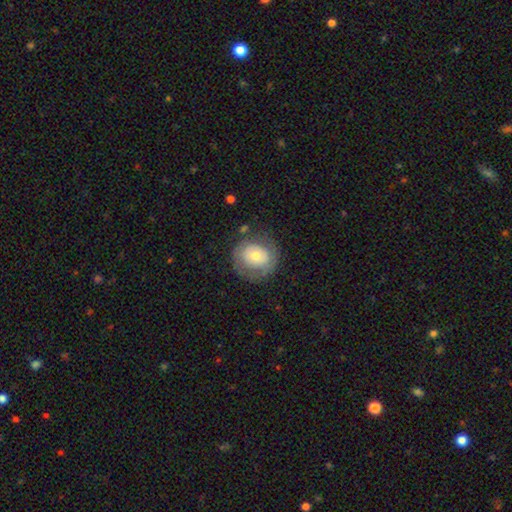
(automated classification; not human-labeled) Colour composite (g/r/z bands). It shows a smooth galaxy with no disk features (54%) that is round (79%). Merging: none (69%).